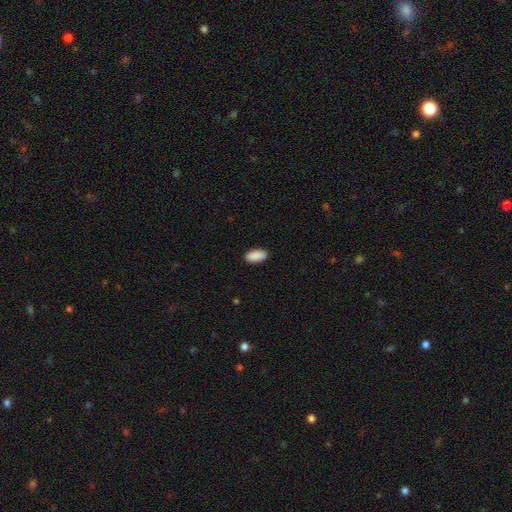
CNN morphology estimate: Smooth or featured? Predicted: smooth (p=0.91). How rounded? Predicted: in between (p=0.93). Merging? Predicted: none (p=0.90).